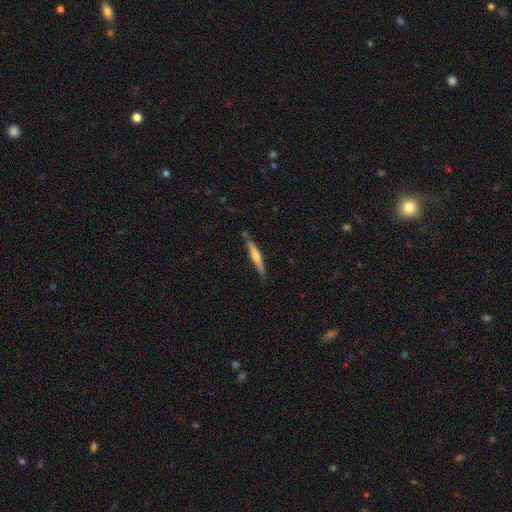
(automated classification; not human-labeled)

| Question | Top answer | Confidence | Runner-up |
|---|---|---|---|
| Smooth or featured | featured or disk | 57% | smooth (38%) |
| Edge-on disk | yes | 97% | no (3%) |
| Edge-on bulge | rounded | 78% | none (14%) |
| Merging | none | 84% | minor disturbance (12%) |